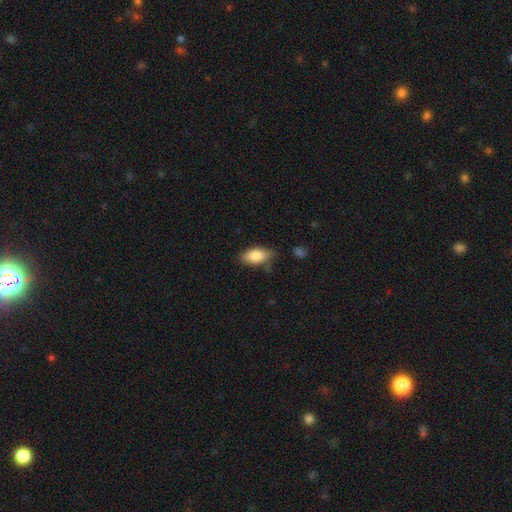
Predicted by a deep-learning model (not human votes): This is clearly a smooth galaxy (84%). How rounded: clearly in between (90%). Merging: likely none (72%).